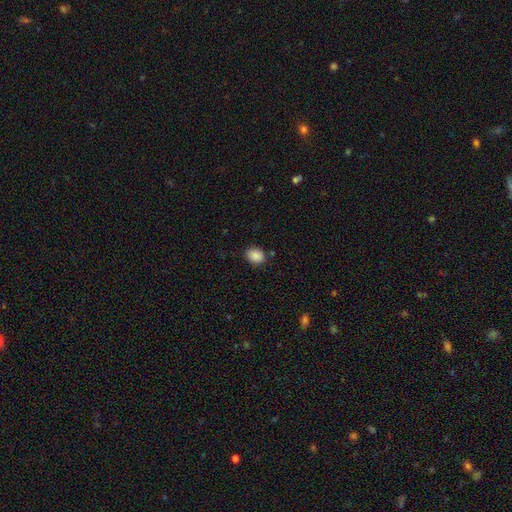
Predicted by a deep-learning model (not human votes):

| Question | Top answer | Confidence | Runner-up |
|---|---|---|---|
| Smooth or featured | smooth | 88% | star or artifact (9%) |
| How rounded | in between | 55% | round (44%) |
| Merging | none | 83% | minor disturbance (12%) |